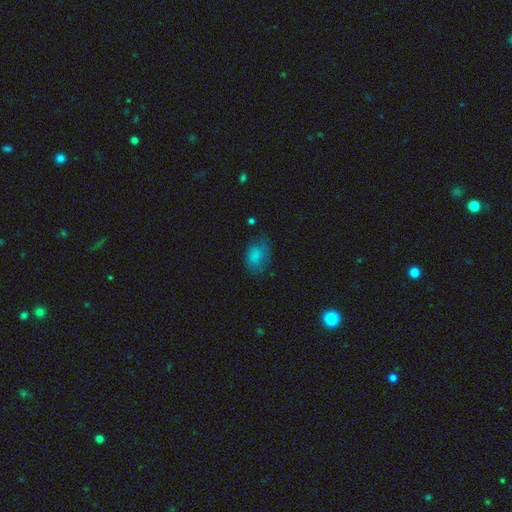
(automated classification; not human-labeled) A smooth galaxy with no disk features (76%) that is in between round and cigar-shaped (76%). Merging: none (51%).